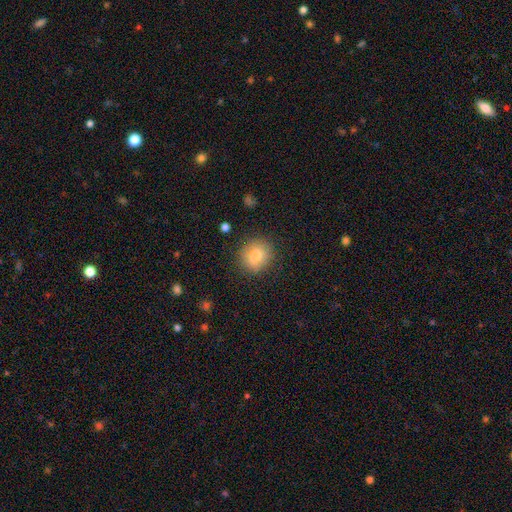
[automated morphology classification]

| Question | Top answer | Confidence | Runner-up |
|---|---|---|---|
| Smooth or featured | smooth | 80% | featured or disk (11%) |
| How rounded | round | 74% | in between (25%) |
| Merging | none | 76% | minor disturbance (16%) |